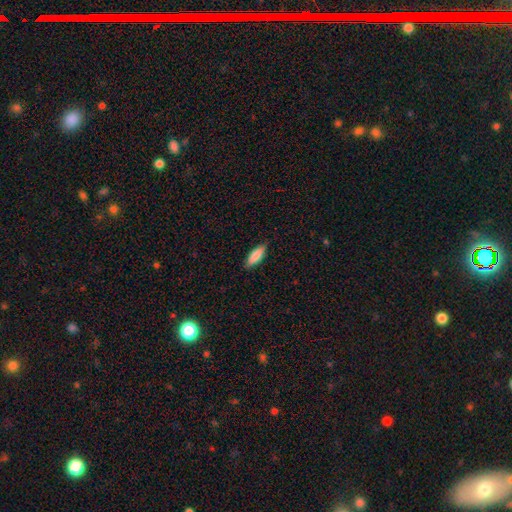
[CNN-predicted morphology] This is clearly a smooth galaxy (84%). How rounded: possibly in between (60%). Merging: clearly none (84%).